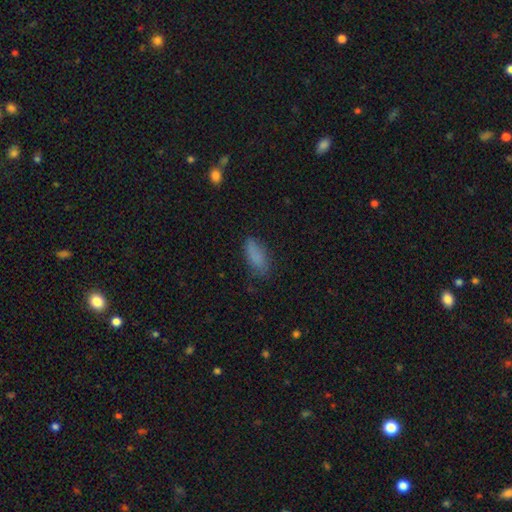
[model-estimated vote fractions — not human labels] smooth 83%, star or artifact 9%, featured or disk 8%. Down the decision tree: how rounded — in between (79%); merging — none (69%).